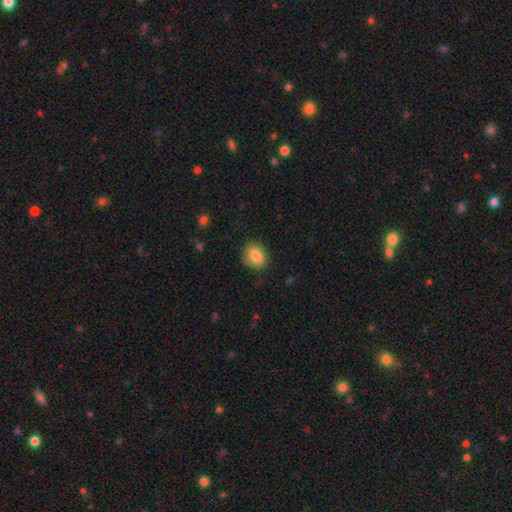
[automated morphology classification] This is clearly a smooth galaxy (82%). How rounded: possibly round (50%). Merging: likely none (73%).